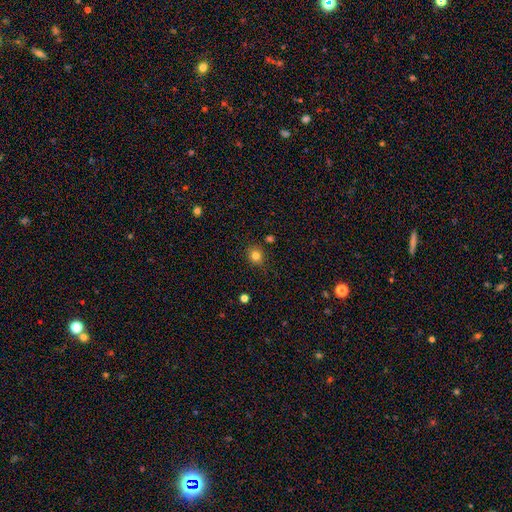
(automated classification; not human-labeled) Q: Smooth or featured?
A: smooth (81%); runner-up: star or artifact (13%)
Q: How rounded?
A: round (81%); runner-up: in between (18%)
Q: Merging?
A: none (85%); runner-up: minor disturbance (10%)